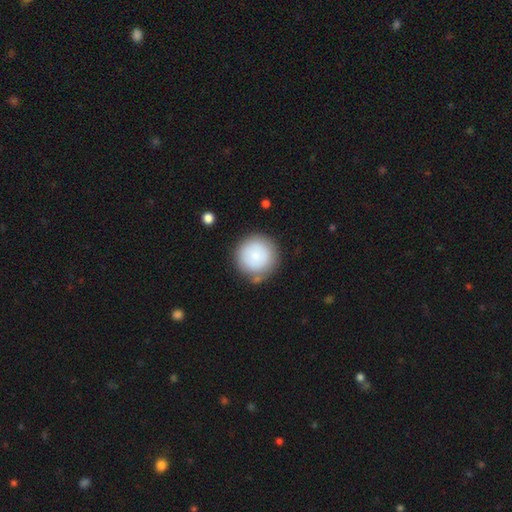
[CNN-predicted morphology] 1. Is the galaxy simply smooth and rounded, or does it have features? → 82% smooth, 11% featured or disk, 7% star or artifact.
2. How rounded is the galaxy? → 95% round, 4% in between, 1% cigar-shaped.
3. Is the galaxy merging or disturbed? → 76% none, 14% minor disturbance, 5% merger, 5% major disturbance.